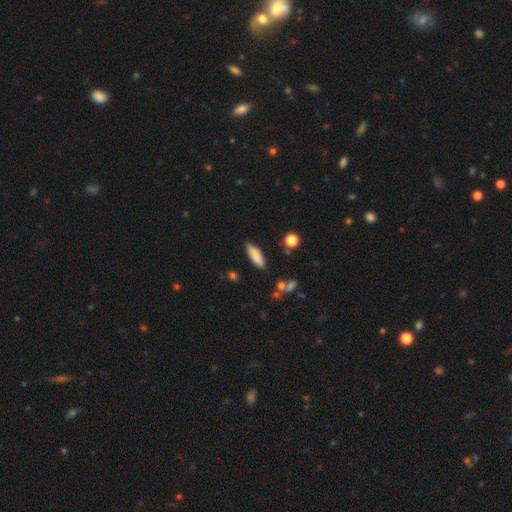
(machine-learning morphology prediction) Q: Smooth or featured?
A: smooth (83%); runner-up: featured or disk (9%)
Q: How rounded?
A: in between (54%); runner-up: cigar-shaped (43%)
Q: Merging?
A: none (82%); runner-up: minor disturbance (12%)